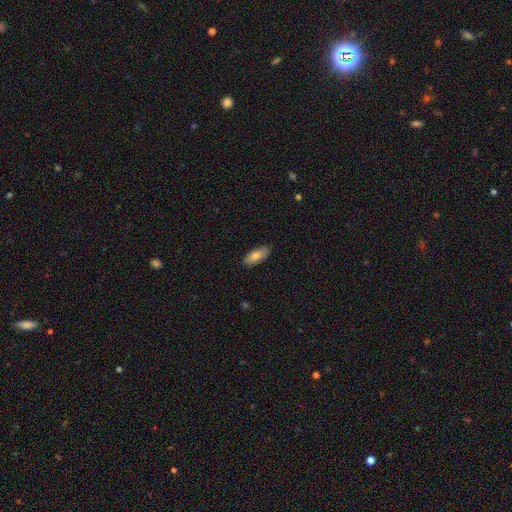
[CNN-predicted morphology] A smooth galaxy with no disk features (78%) that is in between round and cigar-shaped (79%).

Vote fractions:
- Smooth or featured? smooth: 78% / featured or disk: 15% / star or artifact: 6%
- How rounded? in between: 79% / cigar-shaped: 19% / round: 2%
- Merging? none: 88% / minor disturbance: 9% / major disturbance: 2% / merger: 1%